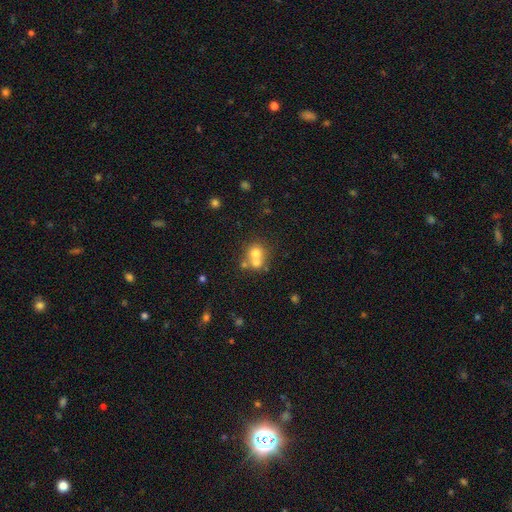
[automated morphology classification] smooth 67%, featured or disk 20%, star or artifact 13%. Down the decision tree: how rounded — round (83%); merging — merger (53%).